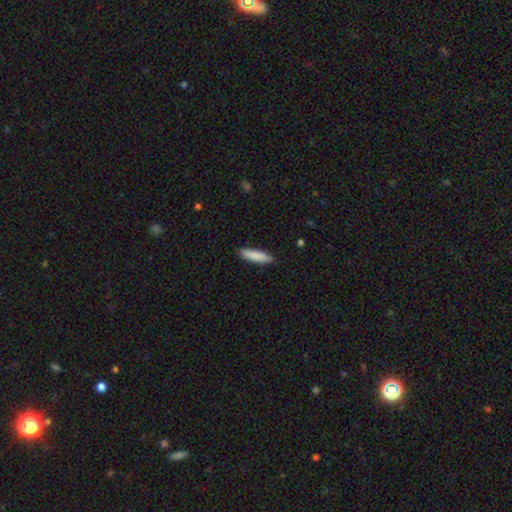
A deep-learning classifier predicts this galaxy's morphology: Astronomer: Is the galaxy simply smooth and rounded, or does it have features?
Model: smooth — 87%.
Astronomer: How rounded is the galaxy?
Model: cigar-shaped — 73%.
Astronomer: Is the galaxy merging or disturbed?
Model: none — 89%.